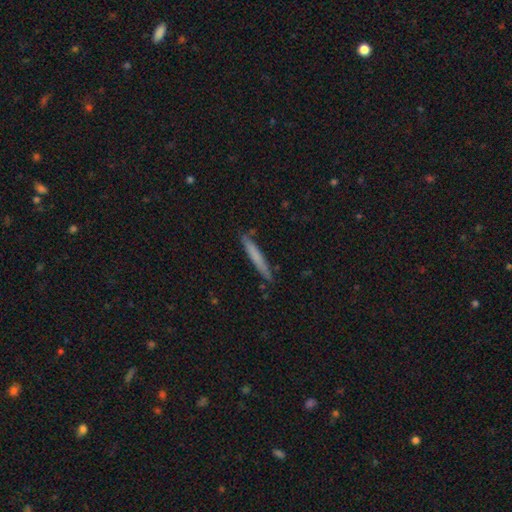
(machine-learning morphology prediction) smooth_or_featured: smooth (p=0.68) [alt: featured or disk p=0.26]
how_rounded: cigar-shaped (p=0.96) [alt: in between p=0.03]
merging: none (p=0.85) [alt: minor disturbance p=0.11]